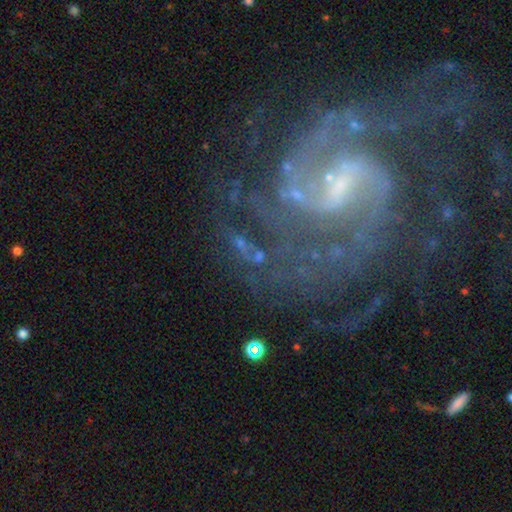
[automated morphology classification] Smooth or featured? Predicted: featured or disk (p=0.73). Edge-on disk? Predicted: no (p=0.97). Bar? Predicted: weak (p=0.37). Spiral arms? Predicted: yes (p=0.85). Spiral winding? Predicted: medium (p=0.40). Spiral arm count? Predicted: 2 (p=0.42). Bulge size? Predicted: small (p=0.56). Merging? Predicted: none (p=0.57).